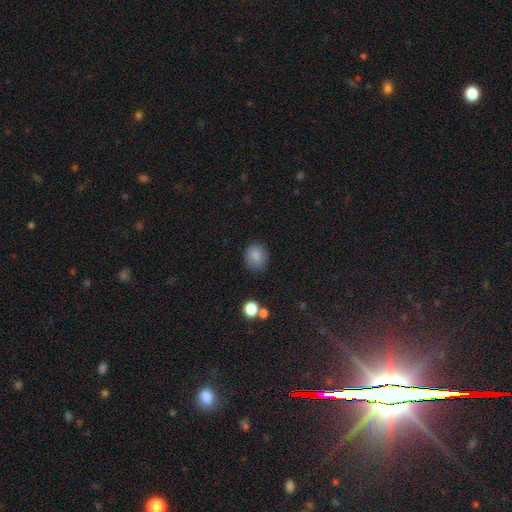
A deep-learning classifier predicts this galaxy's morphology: Smooth or featured? Predicted: smooth (p=0.86). How rounded? Predicted: round (p=0.71). Merging? Predicted: none (p=0.83).